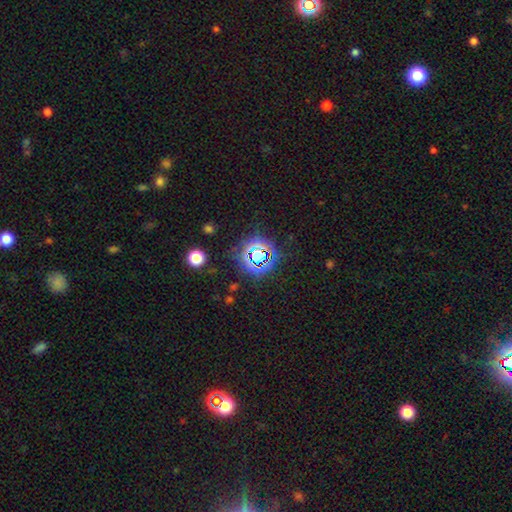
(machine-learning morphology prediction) Overall: star or artifact (71%).